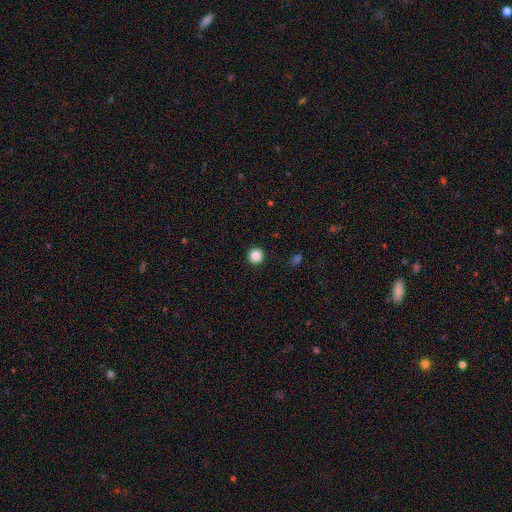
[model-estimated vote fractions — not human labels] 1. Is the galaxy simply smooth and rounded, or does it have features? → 87% smooth, 10% star or artifact, 3% featured or disk.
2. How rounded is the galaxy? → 96% round, 3% in between, 1% cigar-shaped.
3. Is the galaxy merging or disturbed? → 93% none, 4% minor disturbance, 2% major disturbance, 1% merger.